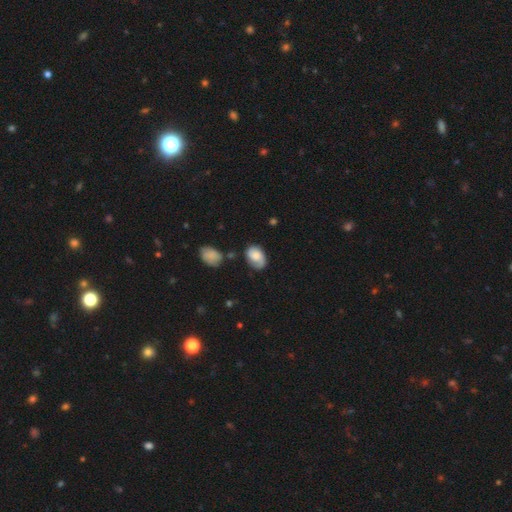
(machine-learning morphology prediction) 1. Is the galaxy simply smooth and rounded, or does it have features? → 57% smooth, 35% featured or disk, 8% star or artifact.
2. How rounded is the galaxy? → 80% in between, 19% round, 1% cigar-shaped.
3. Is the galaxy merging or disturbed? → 58% none, 28% minor disturbance, 9% major disturbance, 5% merger.